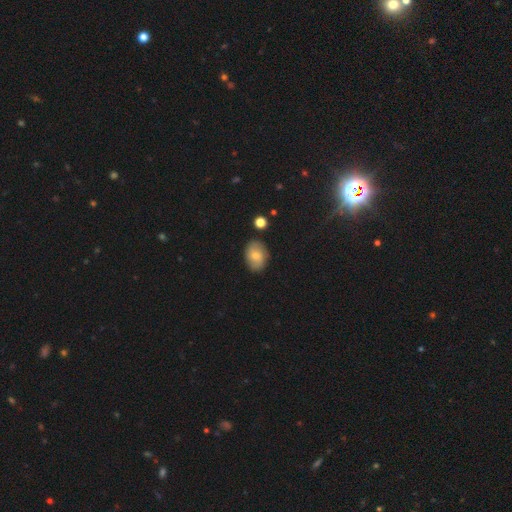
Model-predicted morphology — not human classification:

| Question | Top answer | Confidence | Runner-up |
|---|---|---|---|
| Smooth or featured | smooth | 67% | featured or disk (24%) |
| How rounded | in between | 75% | round (24%) |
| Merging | none | 82% | minor disturbance (13%) |